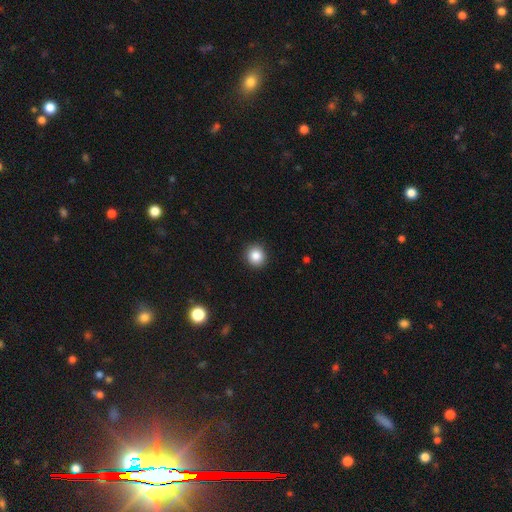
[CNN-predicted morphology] Overall: smooth (86%). How rounded: round (89%). Merging: none (91%).